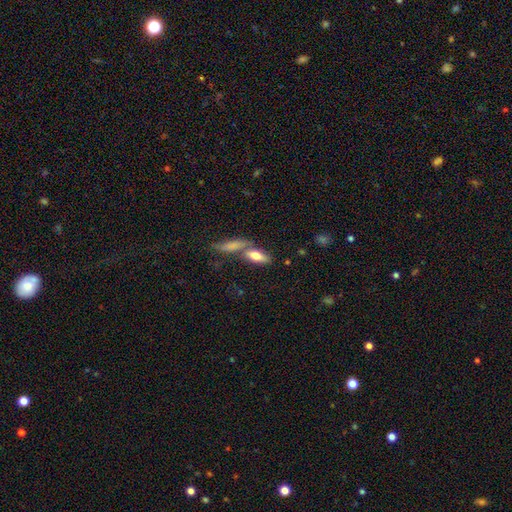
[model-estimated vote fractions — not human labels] Smooth or featured?
  - smooth: 71% *
  - featured or disk: 22%
  - star or artifact: 7%
How rounded?
  - in between: 71% *
  - cigar-shaped: 26%
  - round: 3%
Merging?
  - none: 49% *
  - merger: 35%
  - minor disturbance: 11%
  - major disturbance: 4%